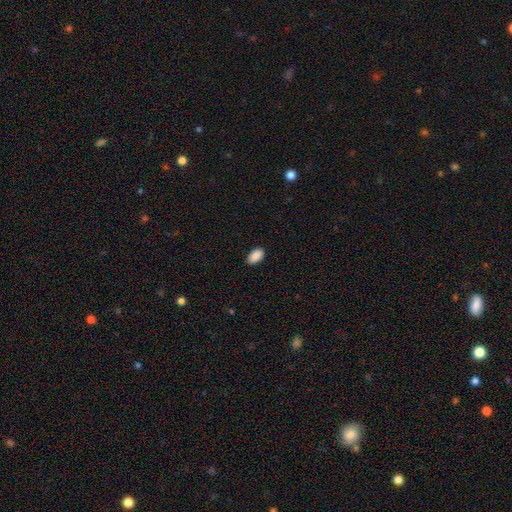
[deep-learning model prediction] The model was most divided on "merging": none: 88%, minor disturbance: 9%, major disturbance: 2%, merger: 1%. More confident: how rounded — in between (93%); smooth or featured — smooth (90%).